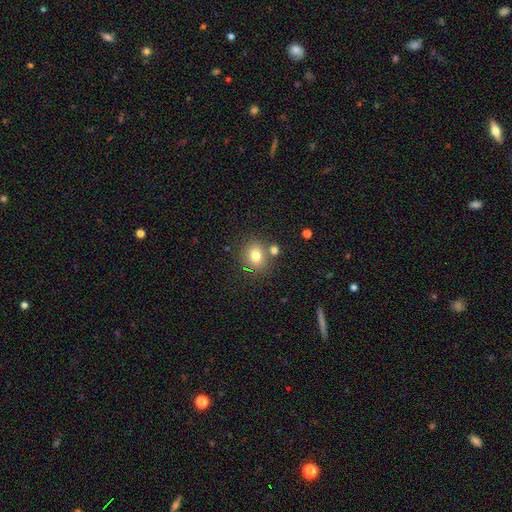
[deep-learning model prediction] Smooth or featured: smooth — 77% (star or artifact — 13%)
How rounded: round — 72% (in between — 27%)
Merging: none — 72% (merger — 14%)